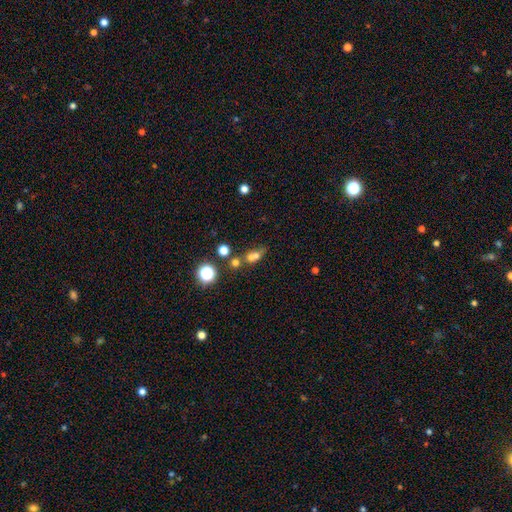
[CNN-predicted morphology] Smooth or featured?
  - smooth: 61% *
  - star or artifact: 21%
  - featured or disk: 18%
How rounded?
  - round: 59% *
  - in between: 36%
  - cigar-shaped: 5%
Merging?
  - merger: 50% *
  - none: 34%
  - minor disturbance: 9%
  - major disturbance: 6%